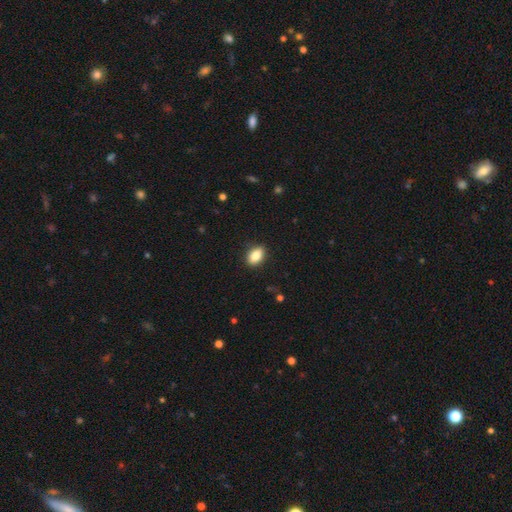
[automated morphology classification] Overall: smooth (85%). How rounded: in between (86%). Merging: none (88%).